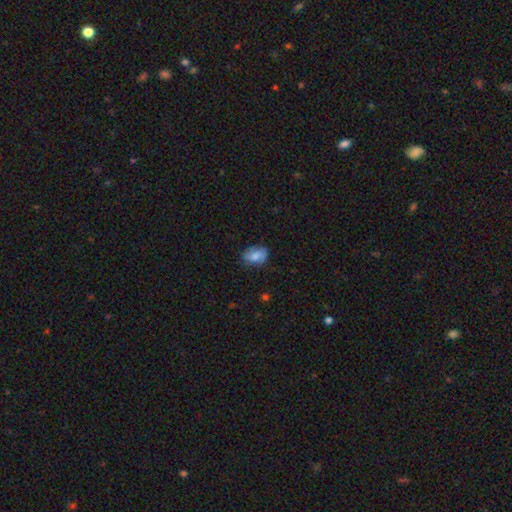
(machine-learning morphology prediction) smooth_or_featured: smooth (p=0.70) [alt: featured or disk p=0.21]
how_rounded: in between (p=0.78) [alt: round p=0.20]
merging: none (p=0.65) [alt: minor disturbance p=0.26]